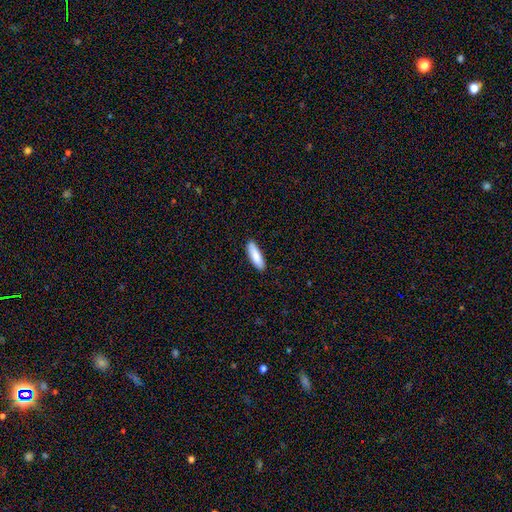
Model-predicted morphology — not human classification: Q: Smooth or featured?
A: smooth (87%); runner-up: featured or disk (8%)
Q: How rounded?
A: cigar-shaped (59%); runner-up: in between (39%)
Q: Merging?
A: none (89%); runner-up: minor disturbance (8%)